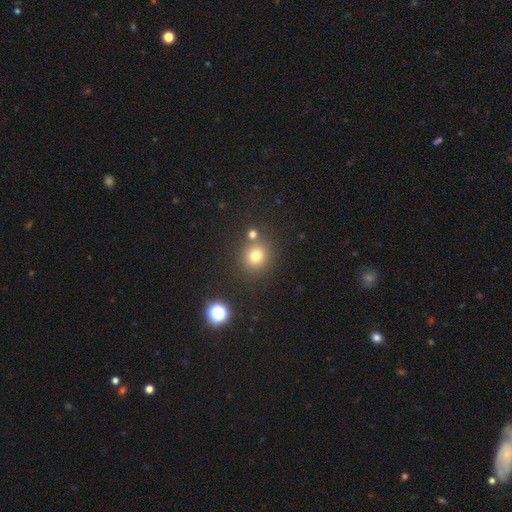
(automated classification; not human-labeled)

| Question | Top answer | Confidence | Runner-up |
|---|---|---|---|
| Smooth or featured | smooth | 76% | star or artifact (17%) |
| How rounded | round | 88% | in between (11%) |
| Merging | none | 76% | merger (12%) |